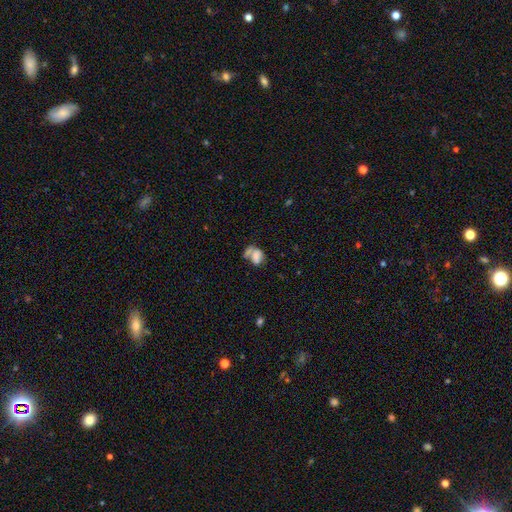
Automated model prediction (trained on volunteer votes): This is likely a smooth galaxy (66%). How rounded: likely in between (72%). Merging: marginally merger (44%).